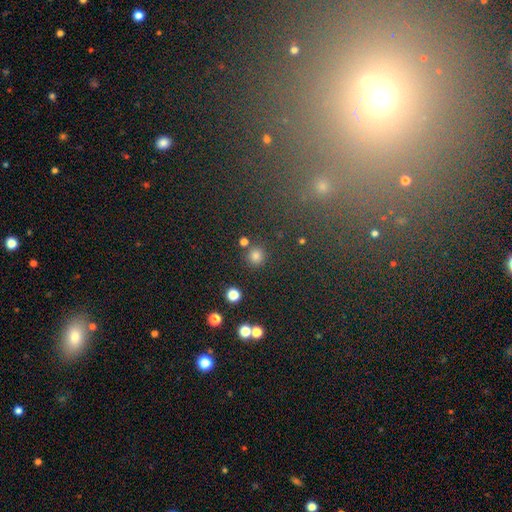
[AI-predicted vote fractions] Smooth or featured?
  - smooth: 80% *
  - star or artifact: 15%
  - featured or disk: 5%
How rounded?
  - round: 93% *
  - in between: 6%
  - cigar-shaped: 1%
Merging?
  - none: 84% *
  - minor disturbance: 7%
  - merger: 6%
  - major disturbance: 3%